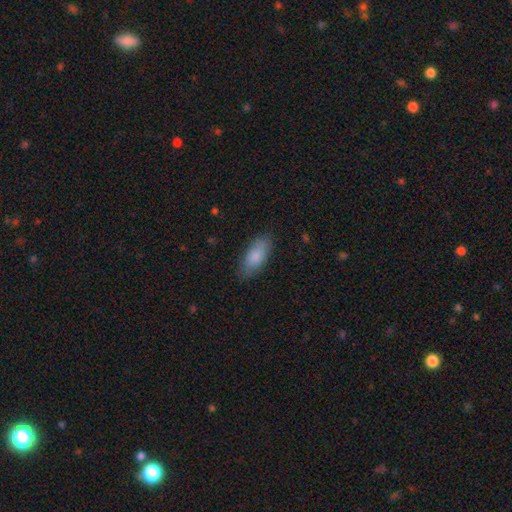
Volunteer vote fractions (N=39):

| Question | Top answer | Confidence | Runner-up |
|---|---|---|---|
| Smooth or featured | smooth | 72% | featured or disk (18%) |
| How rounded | in between | 96% | cigar-shaped (4%) |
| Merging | none | 83% | minor disturbance (9%) |